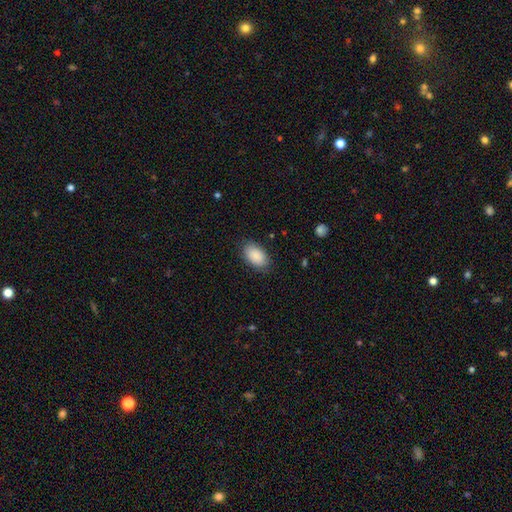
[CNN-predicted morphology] type=smooth (89%); roundness=in between (93%); merging=none (83%).